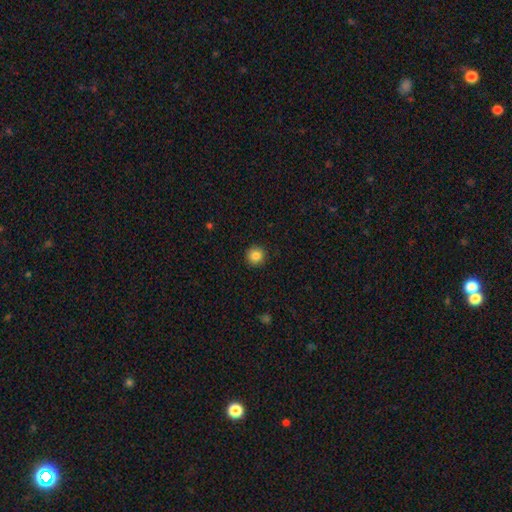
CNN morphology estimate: type=smooth (86%); roundness=round (95%); merging=none (92%).